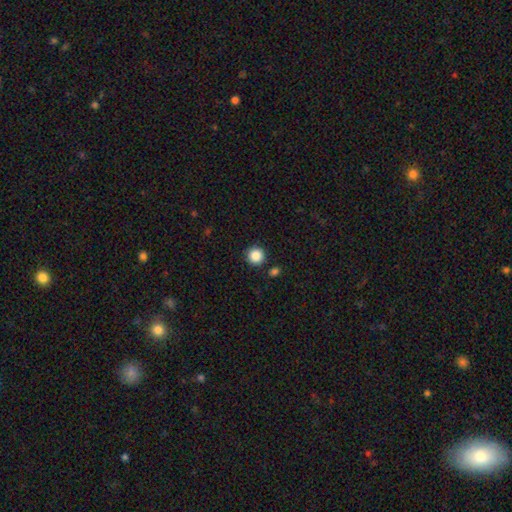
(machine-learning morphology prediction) Smooth or featured? Predicted: smooth (p=0.87). How rounded? Predicted: round (p=0.95). Merging? Predicted: none (p=0.89).